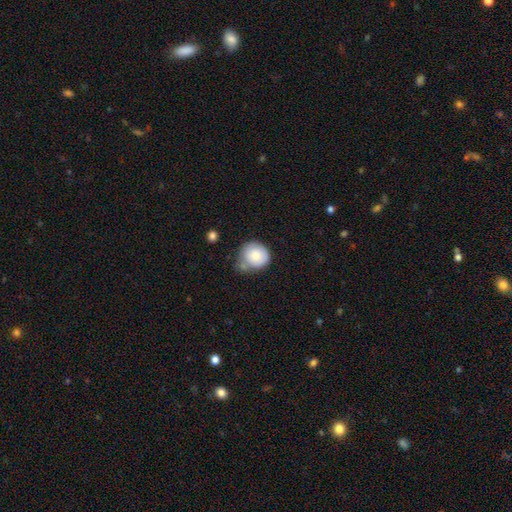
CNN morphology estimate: The model was most divided on "merging": none: 49%, minor disturbance: 31%, merger: 12%, major disturbance: 8%. More confident: how rounded — round (86%); smooth or featured — smooth (83%).